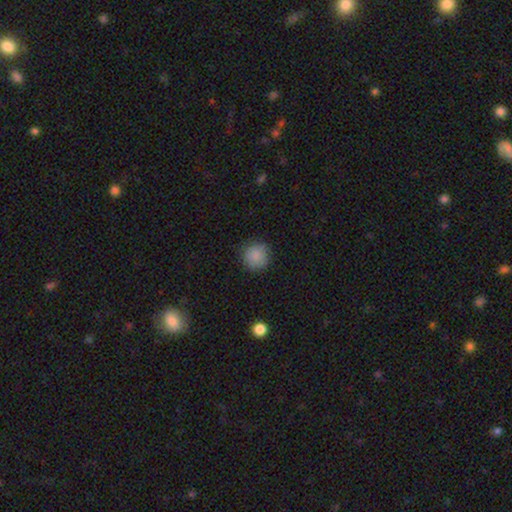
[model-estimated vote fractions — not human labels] Smooth or featured?
  - smooth: 86% *
  - star or artifact: 9%
  - featured or disk: 5%
How rounded?
  - round: 94% *
  - in between: 5%
  - cigar-shaped: 1%
Merging?
  - none: 85% *
  - minor disturbance: 11%
  - major disturbance: 3%
  - merger: 1%